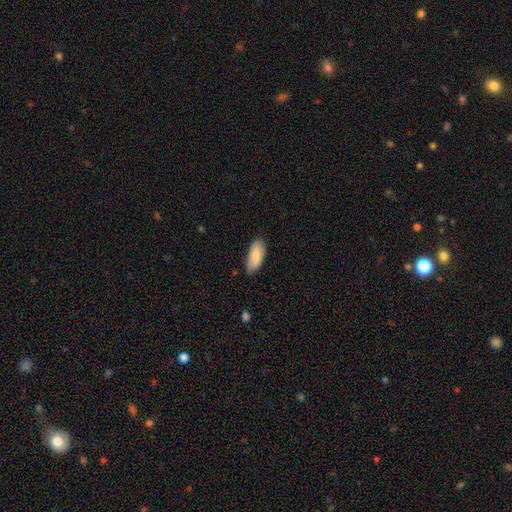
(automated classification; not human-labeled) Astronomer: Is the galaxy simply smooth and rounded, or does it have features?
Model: smooth — 84%.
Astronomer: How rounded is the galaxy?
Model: in between — 85%.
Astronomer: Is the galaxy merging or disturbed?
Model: none — 77%.